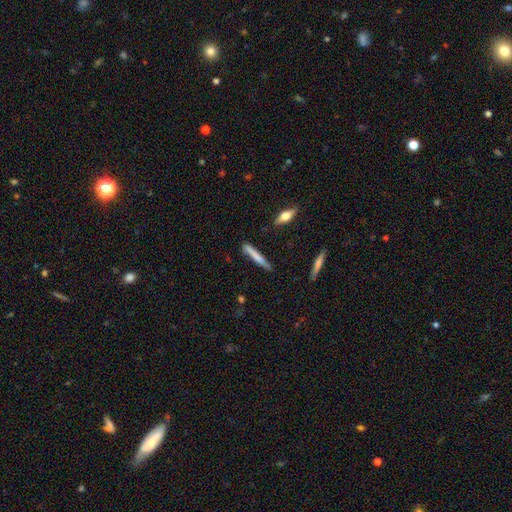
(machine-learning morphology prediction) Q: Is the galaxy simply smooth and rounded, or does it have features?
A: smooth — 69%.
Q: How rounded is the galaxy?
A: cigar-shaped — 94%.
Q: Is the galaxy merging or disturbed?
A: none — 78%.